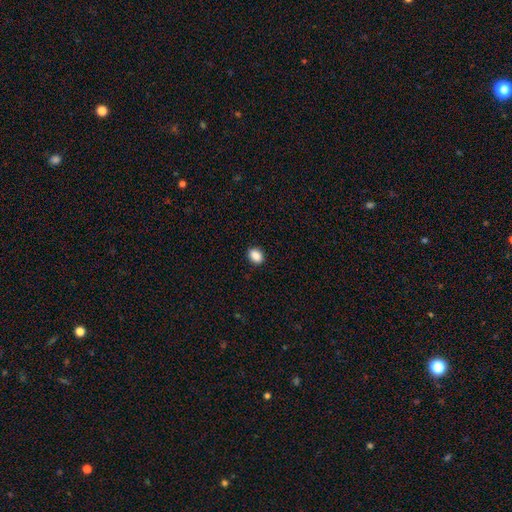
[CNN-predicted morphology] Smooth or featured: smooth — 89% (star or artifact — 8%)
How rounded: in between — 66% (round — 33%)
Merging: none — 90% (minor disturbance — 7%)